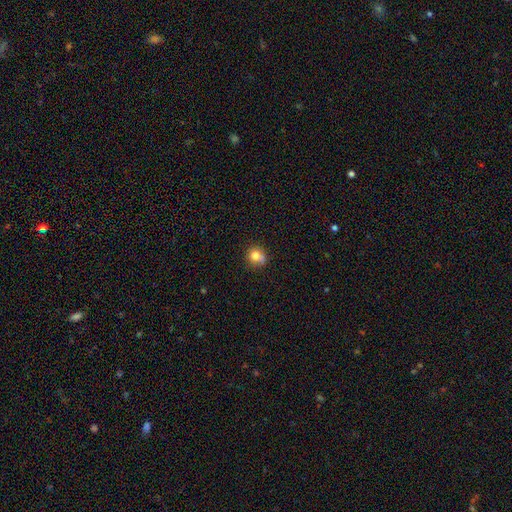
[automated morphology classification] Smooth or featured: smooth — 78% (star or artifact — 11%)
How rounded: round — 83% (in between — 16%)
Merging: none — 56% (minor disturbance — 23%)